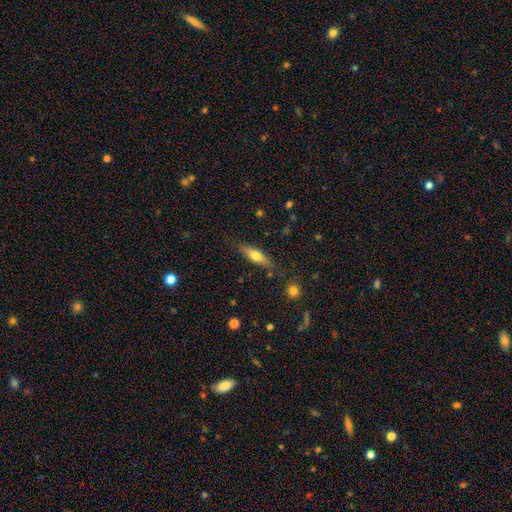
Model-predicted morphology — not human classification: This appears to be a smooth galaxy with no disk features (61%) that is cigar-shaped (51%). Merging: none (81%).